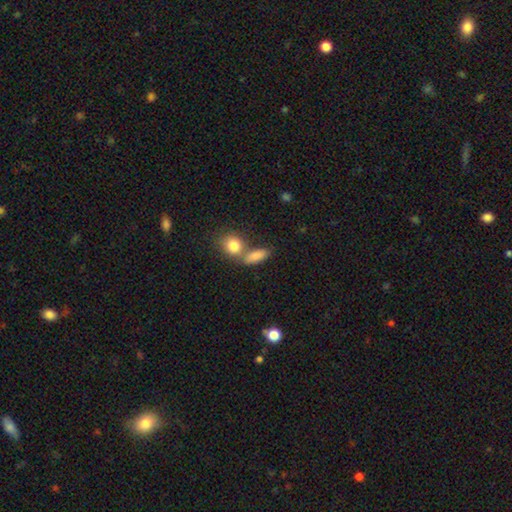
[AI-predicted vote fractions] This is clearly a smooth galaxy (83%). How rounded: likely in between (72%). Merging: possibly none (47%).